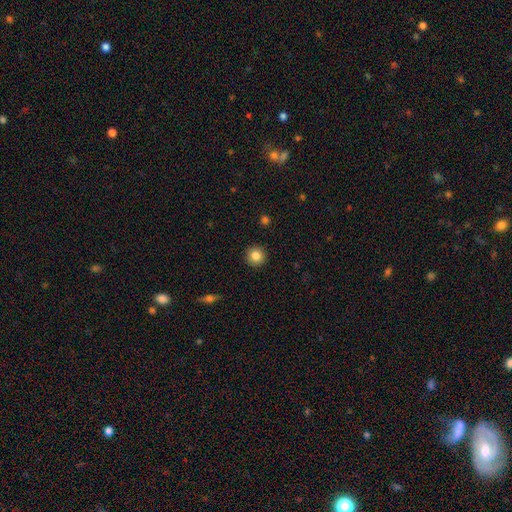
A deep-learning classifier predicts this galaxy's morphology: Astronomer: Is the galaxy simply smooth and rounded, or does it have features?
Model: smooth — 84%.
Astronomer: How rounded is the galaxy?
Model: round — 95%.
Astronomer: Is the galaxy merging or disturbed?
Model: none — 93%.